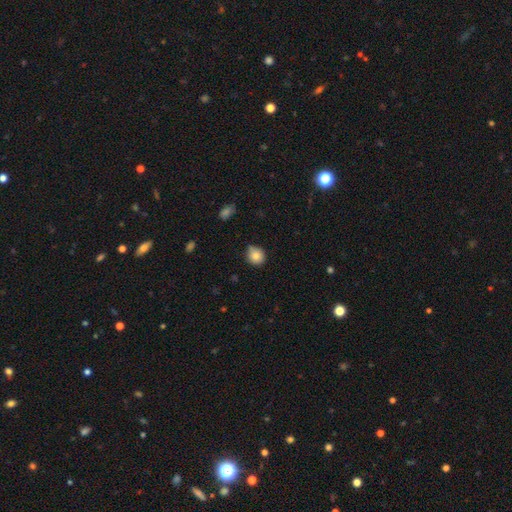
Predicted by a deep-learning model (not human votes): The model was most divided on "merging": none: 72%, minor disturbance: 23%, major disturbance: 3%, merger: 2%. More confident: smooth or featured — smooth (83%); how rounded — round (82%).